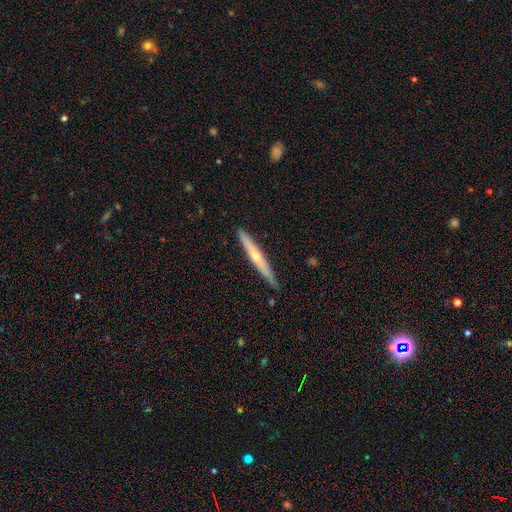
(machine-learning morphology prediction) smooth-or-featured: featured or disk: 54% | smooth: 40% | star or artifact: 6%
  disk-edge-on: yes: 96% | no: 4%
    edge-on-bulge: rounded: 70% | none: 27% | boxy: 3%
  merging: none: 88% | minor disturbance: 10% | major disturbance: 1% | merger: 1%